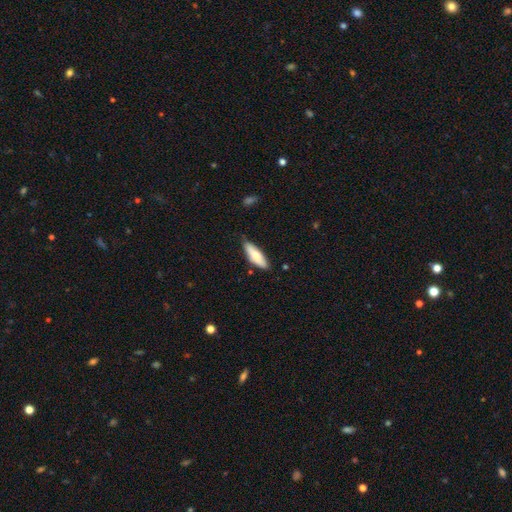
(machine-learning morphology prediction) Smooth or featured: smooth — 71% (featured or disk — 23%)
How rounded: in between — 56% (cigar-shaped — 42%)
Merging: none — 72% (minor disturbance — 23%)